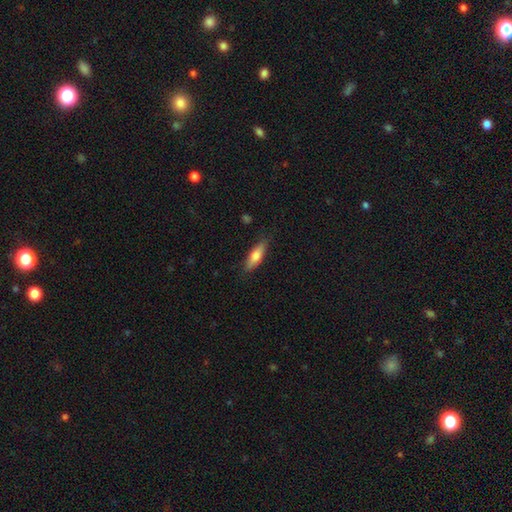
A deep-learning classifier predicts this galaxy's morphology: A smooth galaxy with no disk features (72%) that is in between round and cigar-shaped (52%). Merging: none (83%).